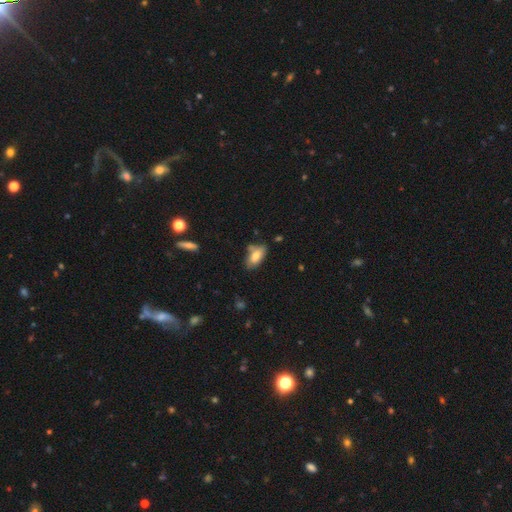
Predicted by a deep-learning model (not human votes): This is likely a smooth galaxy (76%). How rounded: clearly in between (91%). Merging: possibly none (59%).